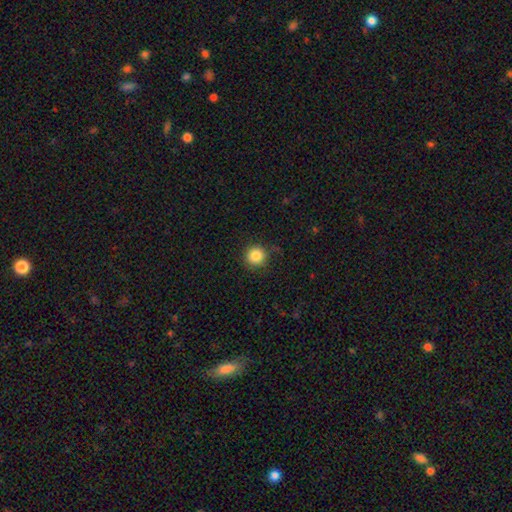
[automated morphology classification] A smooth galaxy with no disk features (84%) that is round (95%). Merging: none (86%).